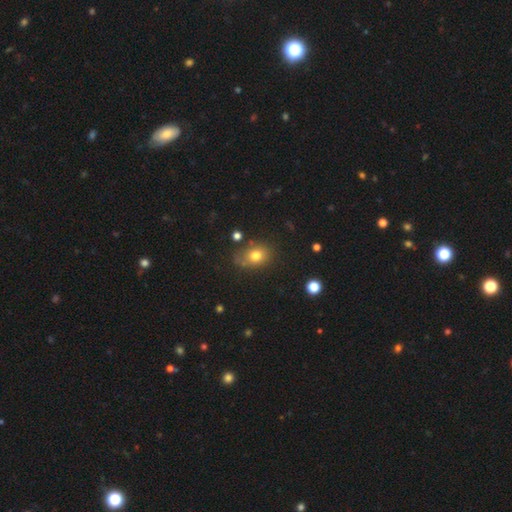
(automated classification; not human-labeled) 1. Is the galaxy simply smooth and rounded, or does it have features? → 76% smooth, 12% star or artifact, 12% featured or disk.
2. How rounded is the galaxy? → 57% in between, 42% round, 1% cigar-shaped.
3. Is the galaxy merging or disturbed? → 67% none, 21% minor disturbance, 7% major disturbance, 5% merger.